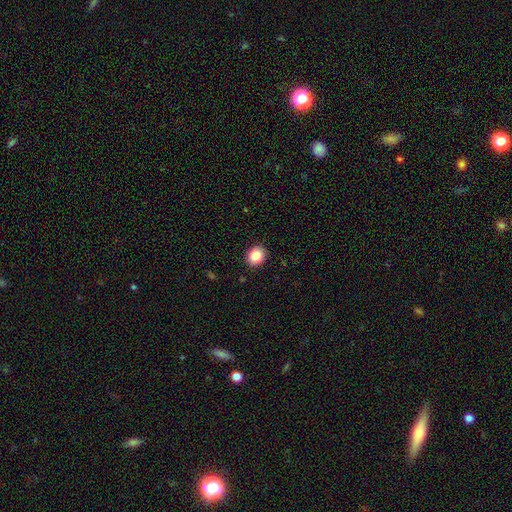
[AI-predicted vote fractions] Morphology: type=smooth (86%); roundness=round (66%); merging=none (90%).